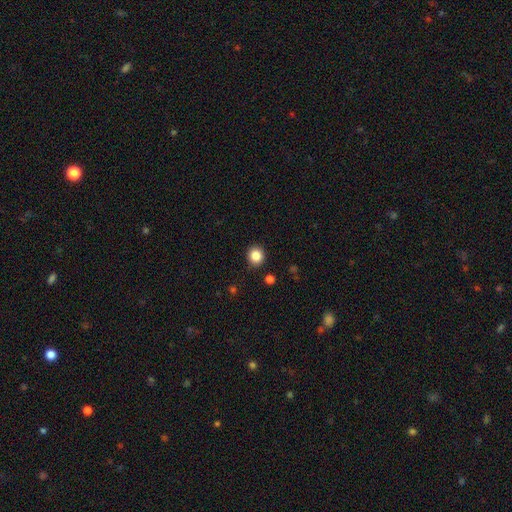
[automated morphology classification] The model was most divided on "smooth or featured": smooth: 85%, star or artifact: 11%, featured or disk: 4%. More confident: merging — none (90%); how rounded — round (87%).